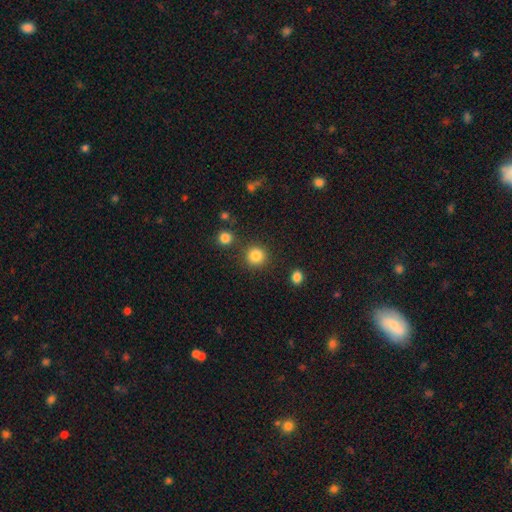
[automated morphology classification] Smooth or featured? smooth (85%)
How rounded? round (92%)
Merging? none (86%)